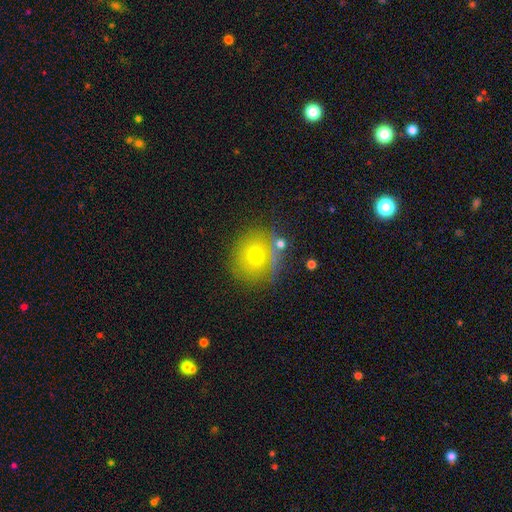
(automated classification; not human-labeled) smooth 62%, featured or disk 21%, star or artifact 17%. Down the decision tree: how rounded — round (79%); merging — none (72%).